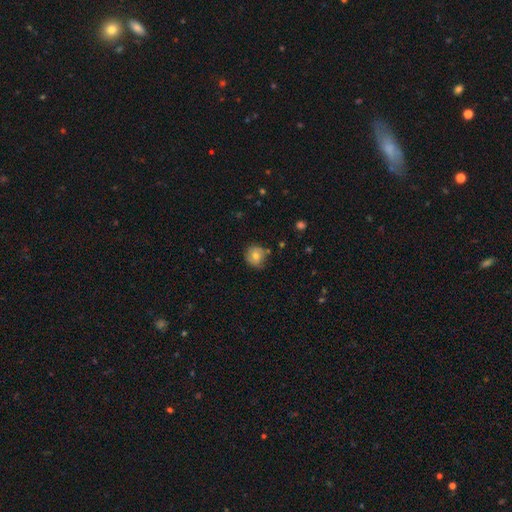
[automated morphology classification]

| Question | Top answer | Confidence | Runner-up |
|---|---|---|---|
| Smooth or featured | smooth | 70% | featured or disk (21%) |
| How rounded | round | 89% | in between (10%) |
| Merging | none | 74% | minor disturbance (20%) |